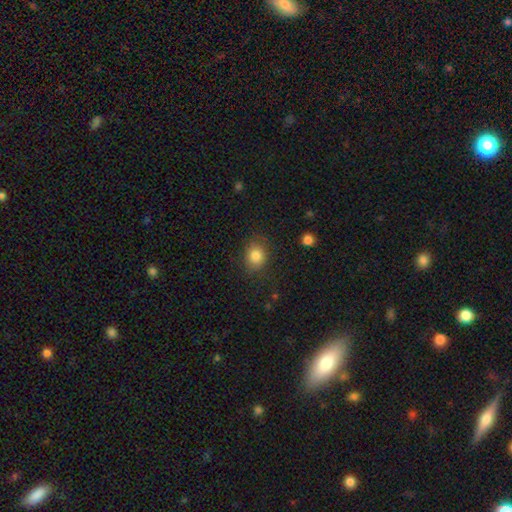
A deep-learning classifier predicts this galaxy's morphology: smooth 84%, star or artifact 10%, featured or disk 7%. Down the decision tree: how rounded — round (51%); merging — none (79%).